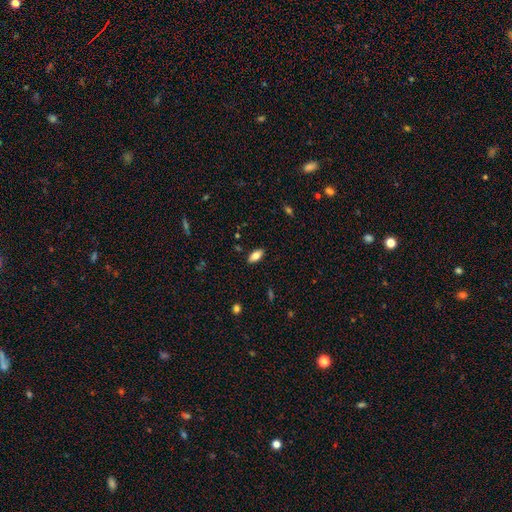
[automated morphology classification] smooth_or_featured: smooth (p=0.79) [alt: featured or disk p=0.13]
how_rounded: in between (p=0.89) [alt: cigar-shaped p=0.09]
merging: none (p=0.88) [alt: minor disturbance p=0.09]